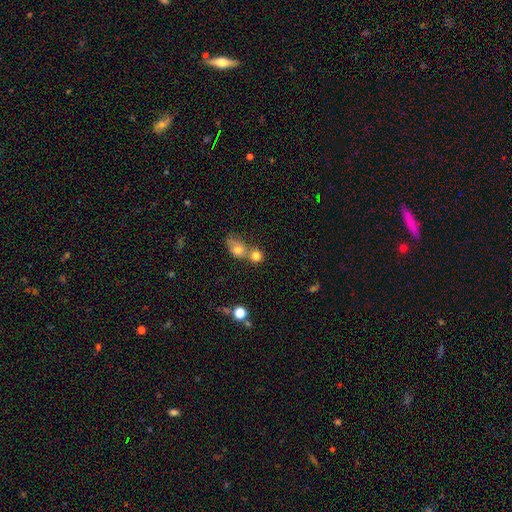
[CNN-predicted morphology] smooth_or_featured: smooth (p=0.77) [alt: star or artifact p=0.12]
how_rounded: round (p=0.79) [alt: in between p=0.20]
merging: merger (p=0.50) [alt: none p=0.39]